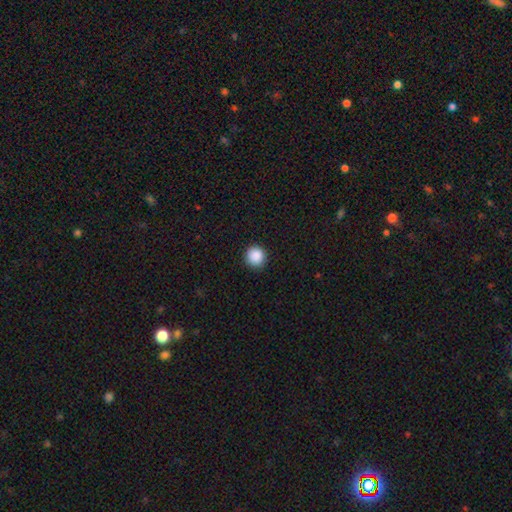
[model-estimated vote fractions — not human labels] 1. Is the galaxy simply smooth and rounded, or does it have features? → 89% smooth, 9% star or artifact, 2% featured or disk.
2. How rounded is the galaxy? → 95% round, 4% in between, 1% cigar-shaped.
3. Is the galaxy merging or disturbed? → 92% none, 5% minor disturbance, 2% major disturbance, 1% merger.